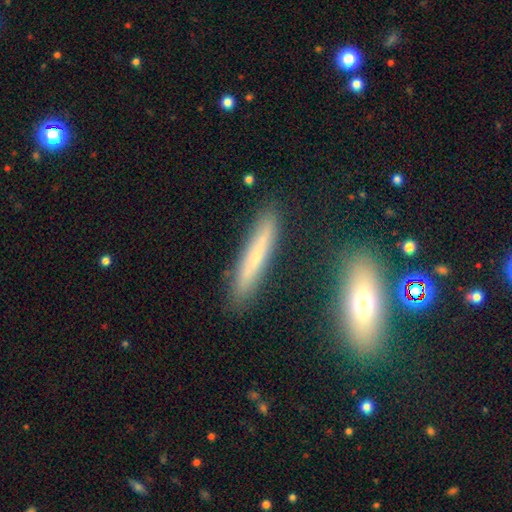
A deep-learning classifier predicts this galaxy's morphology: Overall: smooth (60%; featured or disk 33%). How rounded: cigar-shaped (91%). Merging: none (87%).